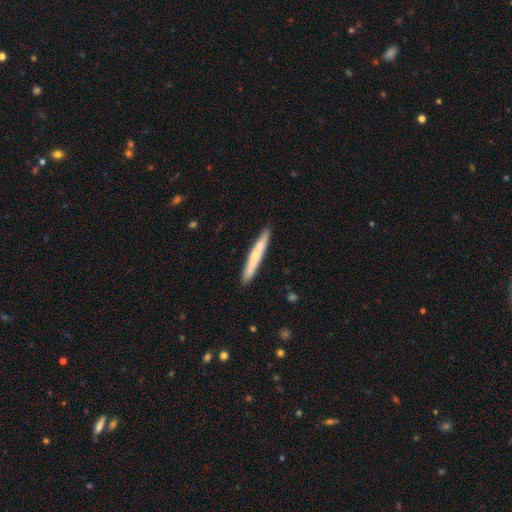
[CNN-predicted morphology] Q: Smooth or featured?
A: smooth (68%); runner-up: featured or disk (28%)
Q: How rounded?
A: cigar-shaped (96%); runner-up: in between (2%)
Q: Merging?
A: none (91%); runner-up: minor disturbance (7%)